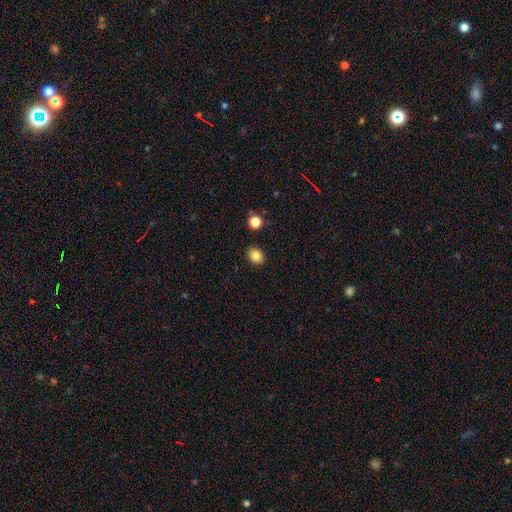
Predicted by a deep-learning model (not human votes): Smooth or featured? Predicted: smooth (p=0.84). How rounded? Predicted: in between (p=0.53). Merging? Predicted: none (p=0.88).